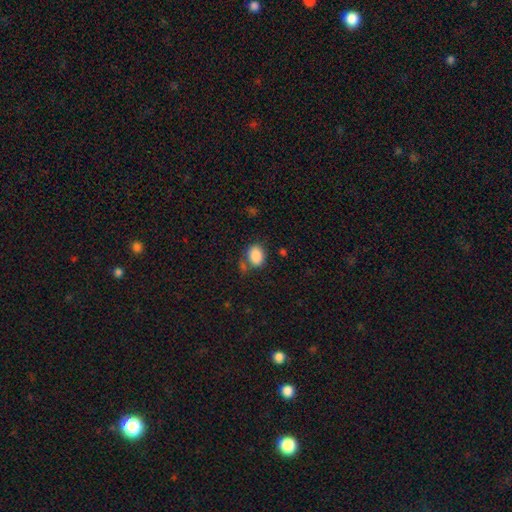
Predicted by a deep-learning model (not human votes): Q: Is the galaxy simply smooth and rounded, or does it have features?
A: smooth — 87%.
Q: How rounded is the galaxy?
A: in between — 70%.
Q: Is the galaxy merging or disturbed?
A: none — 67%.